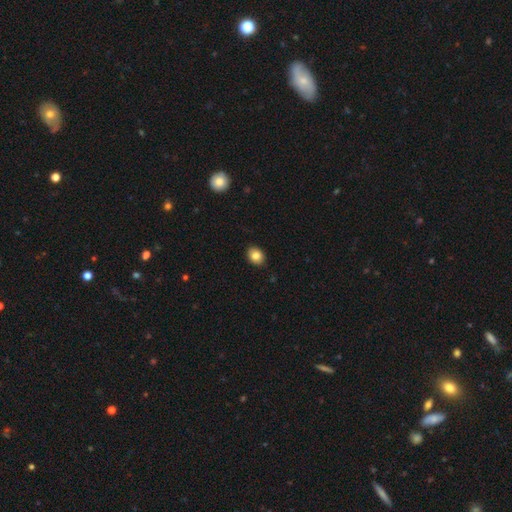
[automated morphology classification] smooth_or_featured: smooth (p=0.84) [alt: star or artifact p=0.09]
how_rounded: in between (p=0.57) [alt: round p=0.43]
merging: none (p=0.89) [alt: minor disturbance p=0.09]